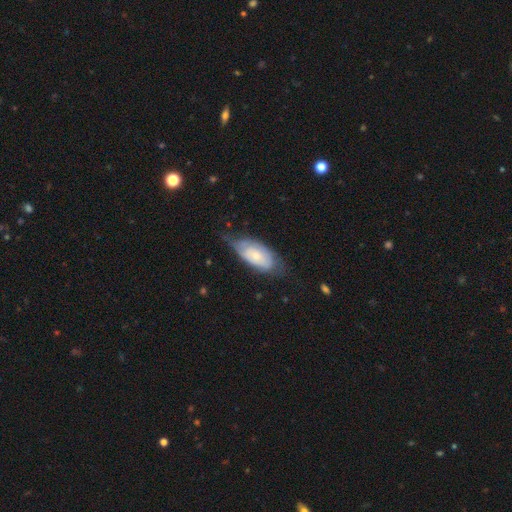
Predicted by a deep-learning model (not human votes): smooth_or_featured: featured or disk (p=0.51) [alt: smooth p=0.43]
disk_edge_on: no (p=0.88) [alt: yes p=0.12]
merging: none (p=0.48) [alt: minor disturbance p=0.36]